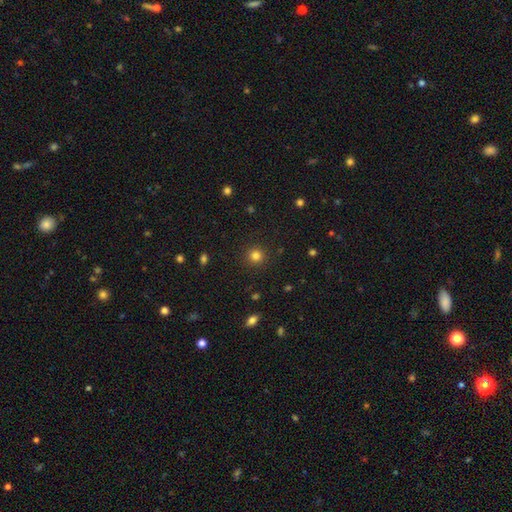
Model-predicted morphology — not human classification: Smooth or featured: smooth — 82% (star or artifact — 13%)
How rounded: round — 94% (in between — 5%)
Merging: none — 91% (minor disturbance — 6%)